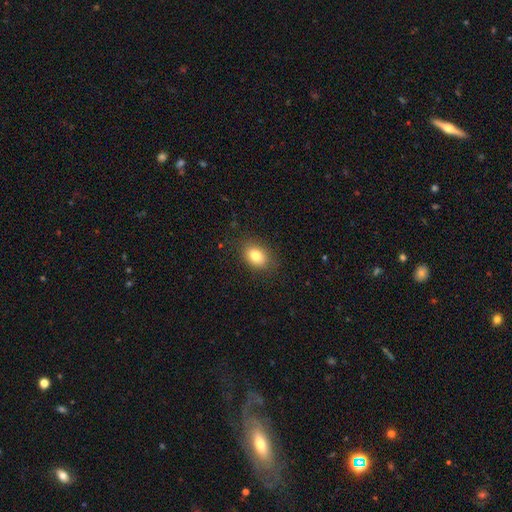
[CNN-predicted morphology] Q: Smooth or featured?
A: smooth (81%); runner-up: star or artifact (10%)
Q: How rounded?
A: in between (71%); runner-up: round (28%)
Q: Merging?
A: none (85%); runner-up: minor disturbance (11%)